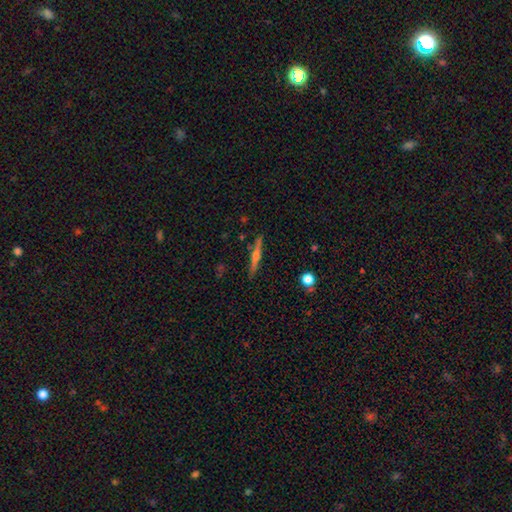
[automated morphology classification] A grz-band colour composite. It shows a featured or disk galaxy (67%) viewed edge-on (98%) with a rounded central bulge (77%). Merging: none (90%).